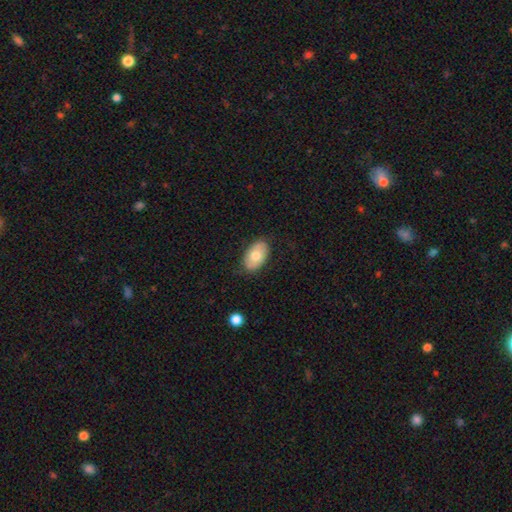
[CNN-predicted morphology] Smooth or featured? Predicted: smooth (p=0.71). How rounded? Predicted: in between (p=0.93). Merging? Predicted: none (p=0.83).